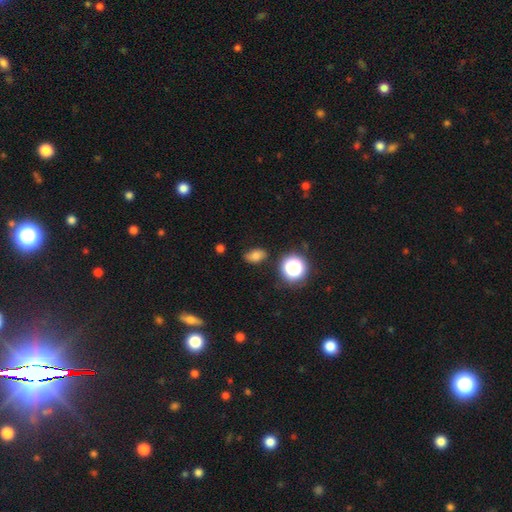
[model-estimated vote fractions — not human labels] Q: Smooth or featured?
A: smooth (72%); runner-up: star or artifact (17%)
Q: How rounded?
A: in between (79%); runner-up: round (19%)
Q: Merging?
A: none (78%); runner-up: minor disturbance (16%)